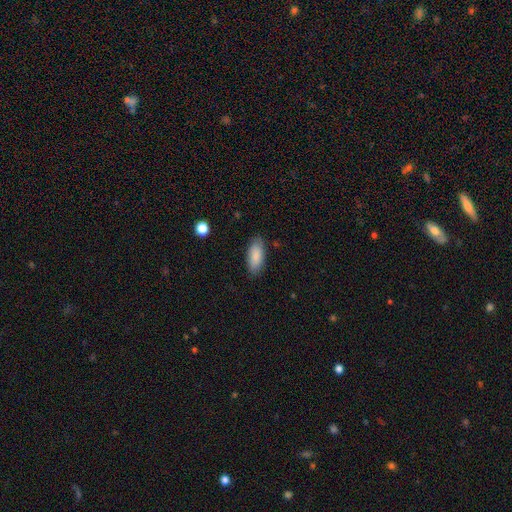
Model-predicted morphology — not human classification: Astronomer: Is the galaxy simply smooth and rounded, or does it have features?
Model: smooth — 87%.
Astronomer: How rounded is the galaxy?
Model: in between — 85%.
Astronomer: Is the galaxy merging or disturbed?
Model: none — 84%.